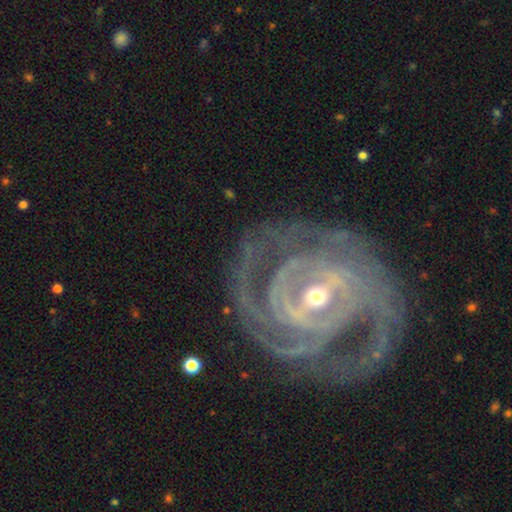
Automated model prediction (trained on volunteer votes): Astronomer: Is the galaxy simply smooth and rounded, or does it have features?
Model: featured or disk — 92%.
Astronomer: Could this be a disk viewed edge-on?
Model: no — 97%.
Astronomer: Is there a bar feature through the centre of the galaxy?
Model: strong — 47% (runner-up: weak, 37%).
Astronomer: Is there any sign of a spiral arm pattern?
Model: yes — 98%.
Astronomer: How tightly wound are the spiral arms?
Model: tight — 71%.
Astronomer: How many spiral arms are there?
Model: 3 — 27% (runner-up: 2, 23%).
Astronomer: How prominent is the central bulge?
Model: small — 53% (runner-up: moderate, 44%).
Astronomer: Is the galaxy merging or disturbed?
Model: none — 72%.